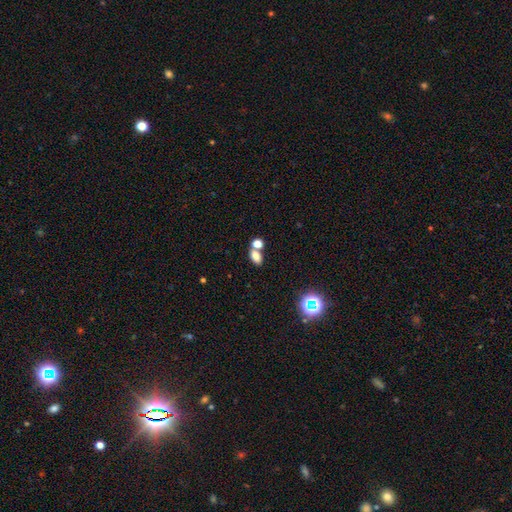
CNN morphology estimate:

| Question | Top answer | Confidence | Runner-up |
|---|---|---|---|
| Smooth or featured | smooth | 77% | star or artifact (15%) |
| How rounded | in between | 84% | round (14%) |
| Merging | none | 55% | merger (31%) |